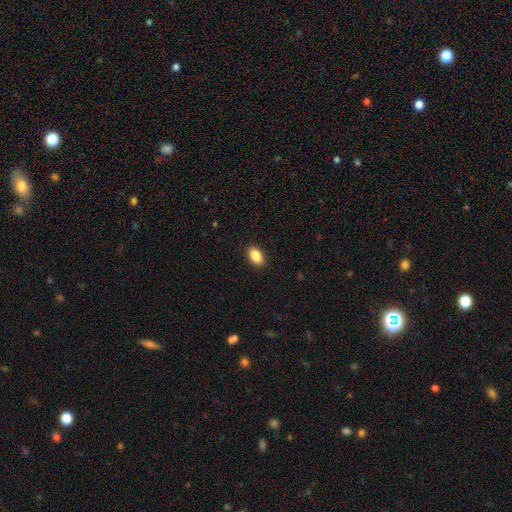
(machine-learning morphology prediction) Smooth or featured? smooth (87%)
How rounded? in between (91%)
Merging? none (90%)